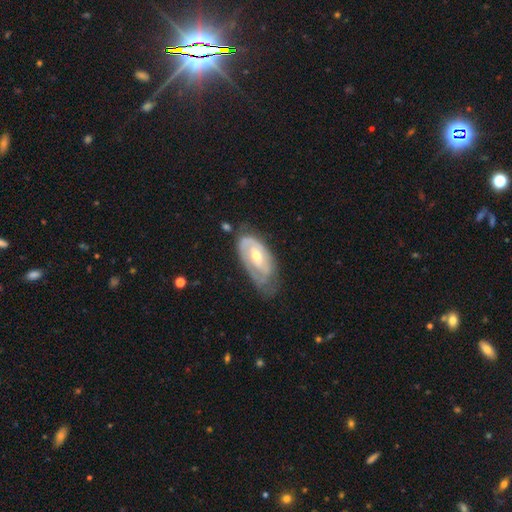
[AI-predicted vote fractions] This appears to be a featured or disk galaxy (73%) with no bar (48%), 2 (40%) tight (56%) spiral arms (76%) and a moderate central bulge (58%). Merging: none (44%).